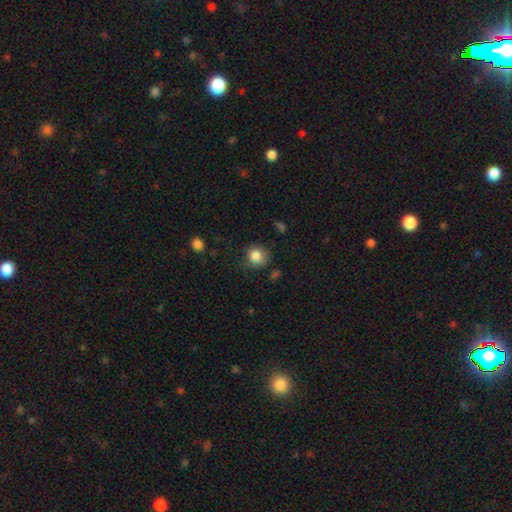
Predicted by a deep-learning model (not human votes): This is clearly a smooth galaxy (84%). How rounded: clearly round (89%). Merging: likely none (74%).